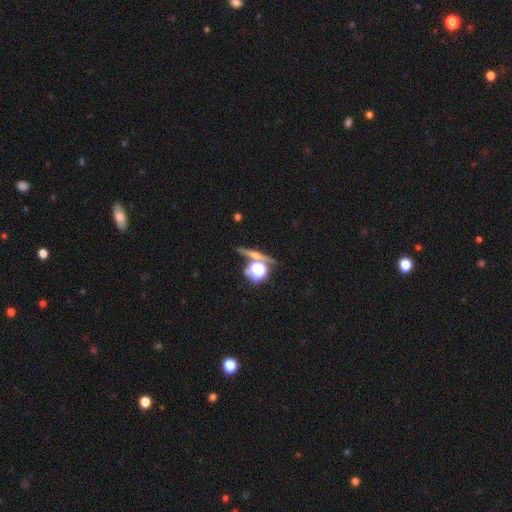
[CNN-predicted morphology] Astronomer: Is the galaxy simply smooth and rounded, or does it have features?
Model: smooth — 39% (runner-up: featured or disk, 32%).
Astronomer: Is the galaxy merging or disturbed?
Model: none — 74%.